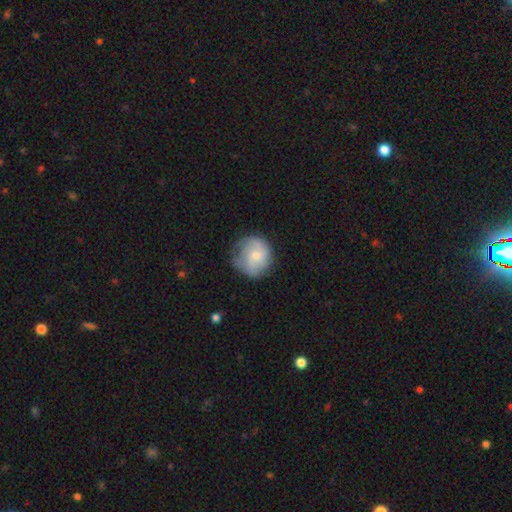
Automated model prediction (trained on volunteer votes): A smooth galaxy with no disk features (51%) that is round (85%).

Vote fractions:
- Smooth or featured? smooth: 51% / featured or disk: 42% / star or artifact: 7%
- How rounded? round: 85% / in between: 14% / cigar-shaped: 1%
- Merging? none: 59% / minor disturbance: 27% / major disturbance: 12% / merger: 2%